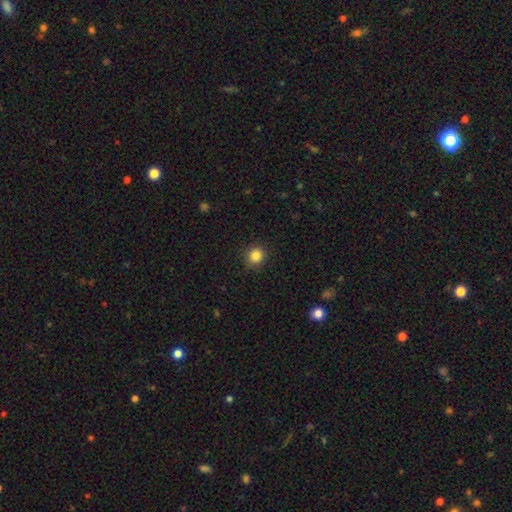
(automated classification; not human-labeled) The model was most divided on "smooth or featured": smooth: 85%, star or artifact: 11%, featured or disk: 4%. More confident: merging — none (90%); how rounded — round (88%).